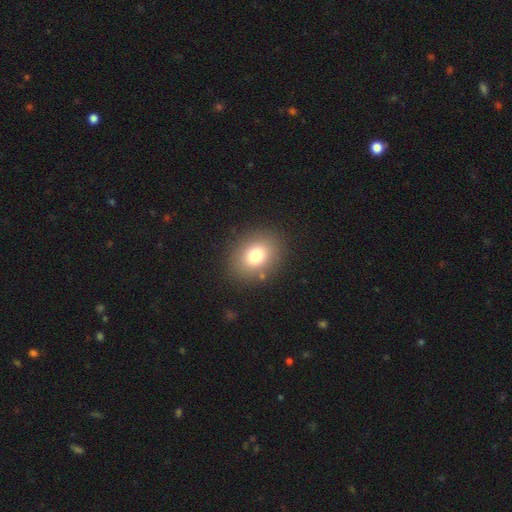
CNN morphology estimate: Q: Smooth or featured?
A: smooth (77%); runner-up: star or artifact (12%)
Q: How rounded?
A: in between (51%); runner-up: round (48%)
Q: Merging?
A: none (86%); runner-up: minor disturbance (8%)